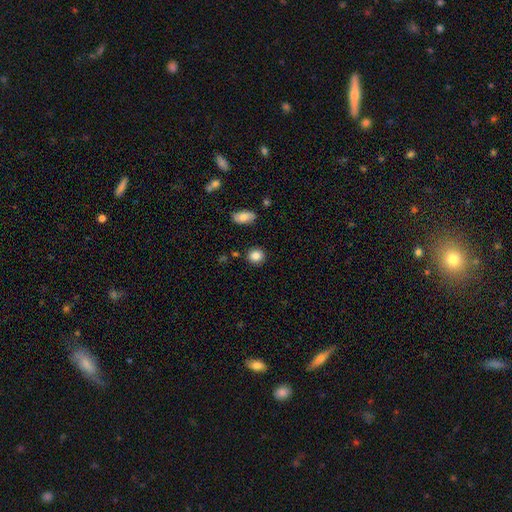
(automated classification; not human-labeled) Smooth or featured? Predicted: smooth (p=0.86). How rounded? Predicted: round (p=0.83). Merging? Predicted: none (p=0.88).